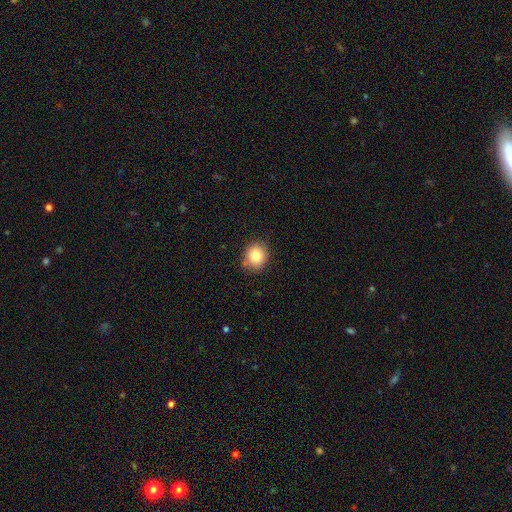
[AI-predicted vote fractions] Overall: smooth (82%). How rounded: round (74%). Merging: none (79%).